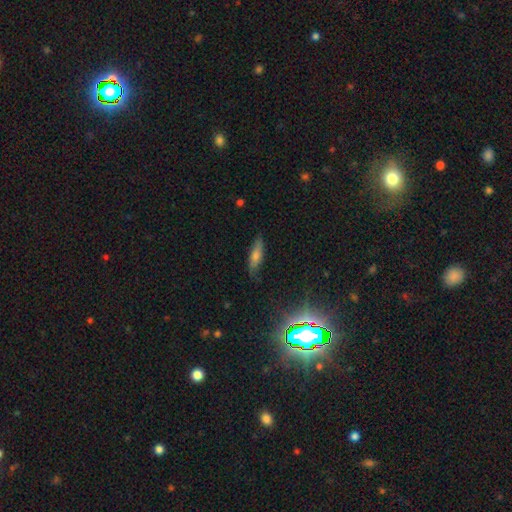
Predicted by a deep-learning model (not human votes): Q: Smooth or featured?
A: smooth (55%); runner-up: featured or disk (31%)
Q: How rounded?
A: cigar-shaped (58%); runner-up: in between (38%)
Q: Merging?
A: none (78%); runner-up: minor disturbance (17%)